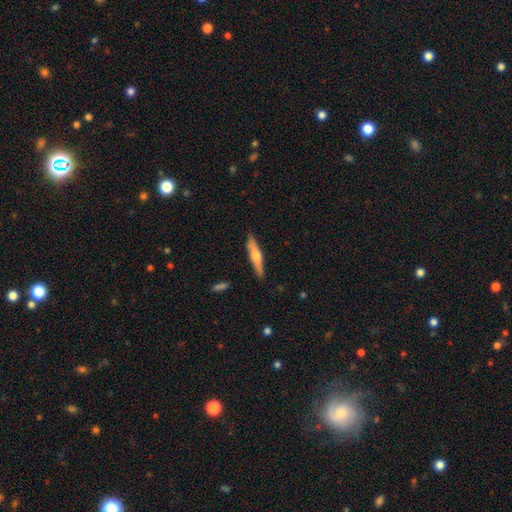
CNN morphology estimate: The model was most divided on "smooth or featured": featured or disk: 53%, smooth: 42%, star or artifact: 6%. More confident: edge-on disk — yes (95%); edge-on bulge — rounded (88%); merging — none (87%).